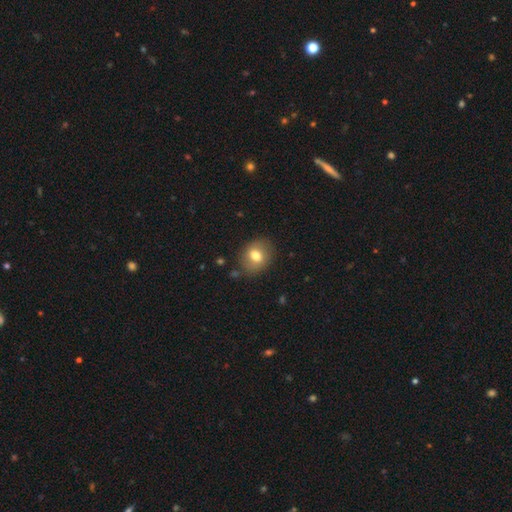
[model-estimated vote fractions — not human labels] A smooth galaxy with no disk features (73%) that is round (52%).

Vote fractions:
- Smooth or featured? smooth: 73% / featured or disk: 18% / star or artifact: 9%
- How rounded? round: 52% / in between: 47% / cigar-shaped: 1%
- Merging? none: 81% / minor disturbance: 13% / major disturbance: 4% / merger: 2%